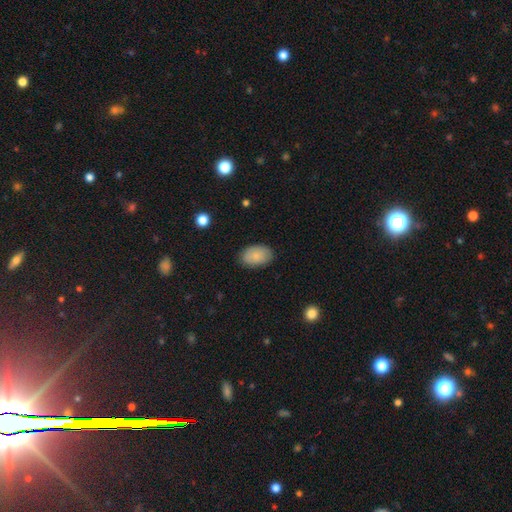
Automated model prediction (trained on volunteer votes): Q: Smooth or featured?
A: smooth (77%); runner-up: featured or disk (16%)
Q: How rounded?
A: in between (88%); runner-up: round (11%)
Q: Merging?
A: none (84%); runner-up: minor disturbance (13%)